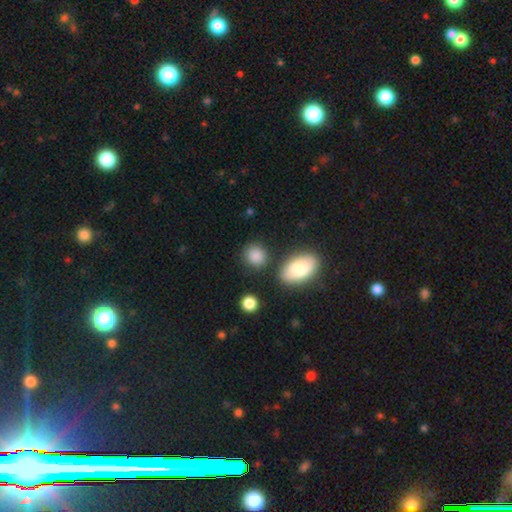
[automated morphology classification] smooth 87%, star or artifact 8%, featured or disk 5%. Down the decision tree: how rounded — round (74%); merging — none (79%).